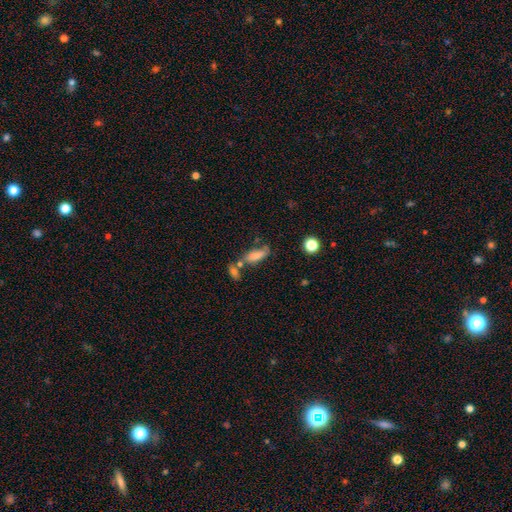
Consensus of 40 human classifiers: Smooth or featured? smooth (82%)
How rounded? in between (64%)
Merging? none (40%)